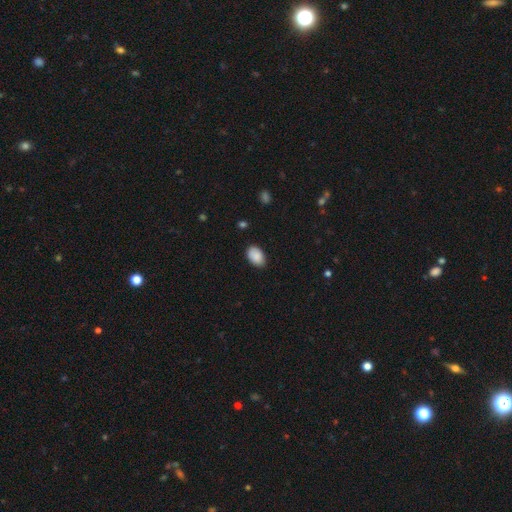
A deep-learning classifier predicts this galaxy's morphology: Smooth or featured?
  - smooth: 89% *
  - star or artifact: 7%
  - featured or disk: 4%
How rounded?
  - in between: 90% *
  - round: 9%
  - cigar-shaped: 1%
Merging?
  - none: 82% *
  - minor disturbance: 14%
  - major disturbance: 3%
  - merger: 1%